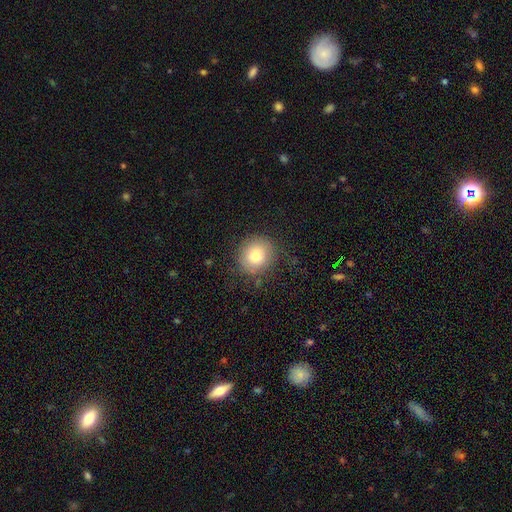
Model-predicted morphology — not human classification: Smooth or featured? smooth (79%)
How rounded? round (88%)
Merging? none (81%)